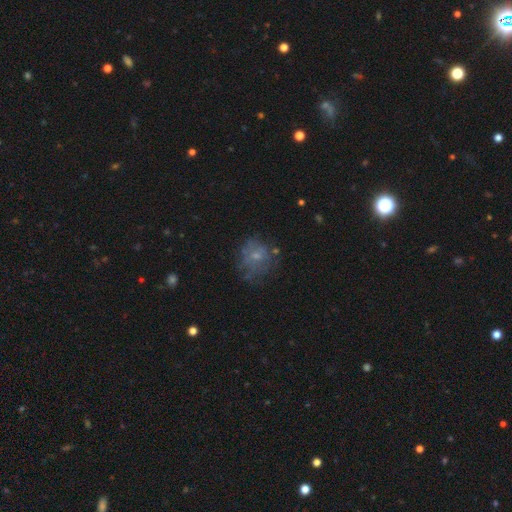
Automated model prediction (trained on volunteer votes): smooth_or_featured: smooth (p=0.51) [alt: featured or disk p=0.36]
how_rounded: round (p=0.71) [alt: in between p=0.28]
merging: none (p=0.52) [alt: minor disturbance p=0.24]